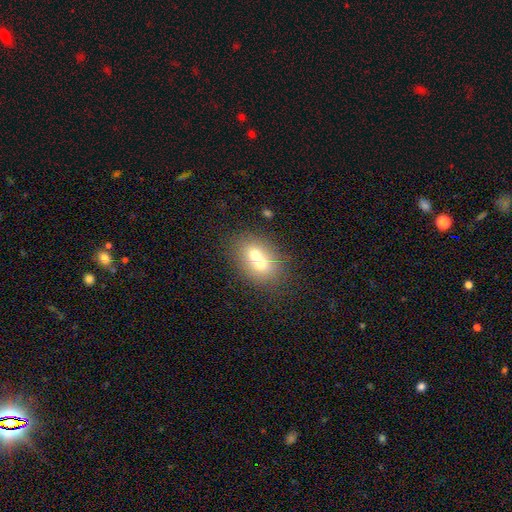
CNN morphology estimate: Smooth or featured? Predicted: smooth (p=0.61). How rounded? Predicted: in between (p=0.51). Merging? Predicted: merger (p=0.64).